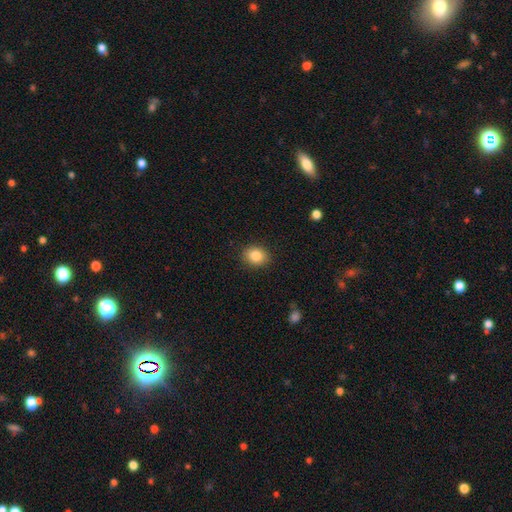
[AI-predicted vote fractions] Smooth or featured: smooth — 85% (star or artifact — 9%)
How rounded: round — 54% (in between — 45%)
Merging: none — 89% (minor disturbance — 8%)